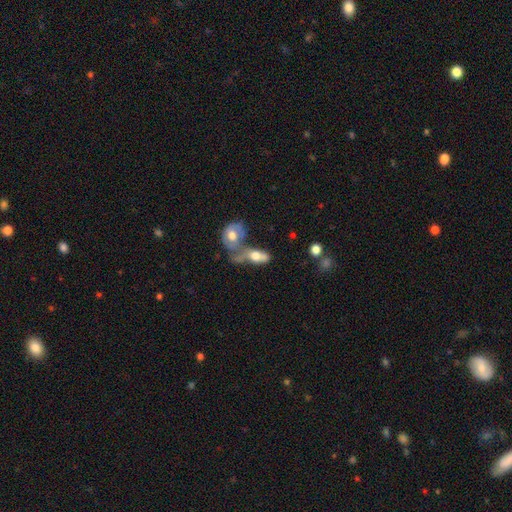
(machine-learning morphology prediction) This appears to be a smooth galaxy with no disk features (57%) that is in between round and cigar-shaped (82%). Merging: merger (65%).